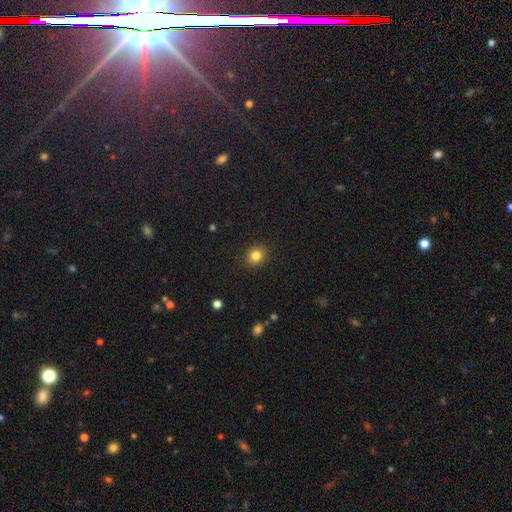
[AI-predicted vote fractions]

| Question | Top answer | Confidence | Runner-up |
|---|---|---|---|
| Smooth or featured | smooth | 83% | star or artifact (11%) |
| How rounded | round | 74% | in between (25%) |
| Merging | none | 90% | minor disturbance (7%) |